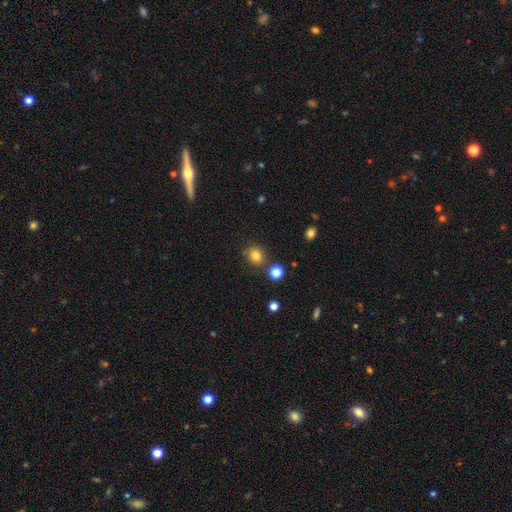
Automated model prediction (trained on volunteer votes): Q: Smooth or featured?
A: smooth (80%); runner-up: star or artifact (13%)
Q: How rounded?
A: round (79%); runner-up: in between (20%)
Q: Merging?
A: none (80%); runner-up: minor disturbance (10%)